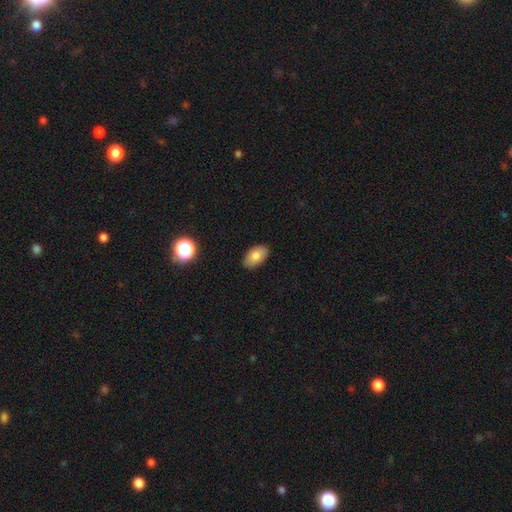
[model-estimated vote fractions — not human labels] smooth 80%, featured or disk 12%, star or artifact 8%. Down the decision tree: how rounded — in between (93%); merging — none (87%).